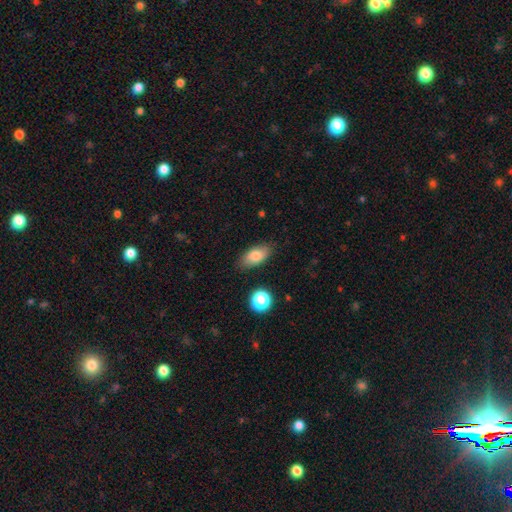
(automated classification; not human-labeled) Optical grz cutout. It shows a smooth galaxy with no disk features (81%) that is in between round and cigar-shaped (89%). Merging: none (83%).